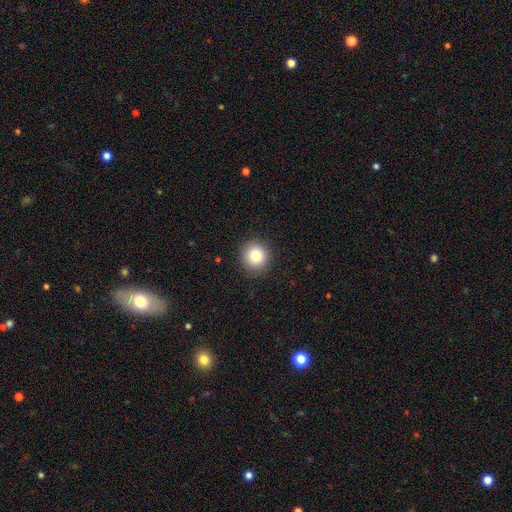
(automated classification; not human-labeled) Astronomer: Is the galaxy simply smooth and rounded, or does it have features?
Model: smooth — 81%.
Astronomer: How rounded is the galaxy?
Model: round — 93%.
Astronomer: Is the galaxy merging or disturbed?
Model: none — 90%.